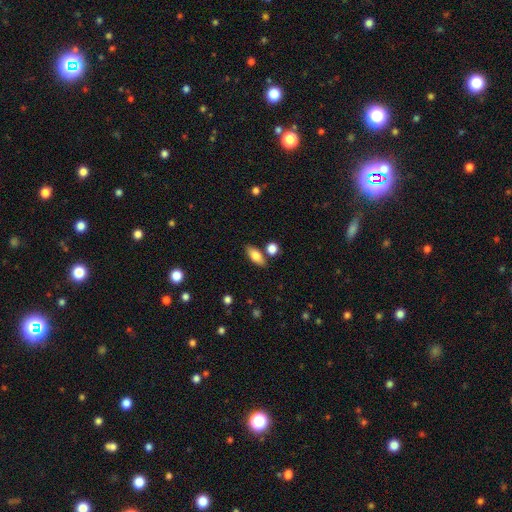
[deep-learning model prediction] Smooth or featured? smooth (79%)
How rounded? in between (81%)
Merging? none (79%)